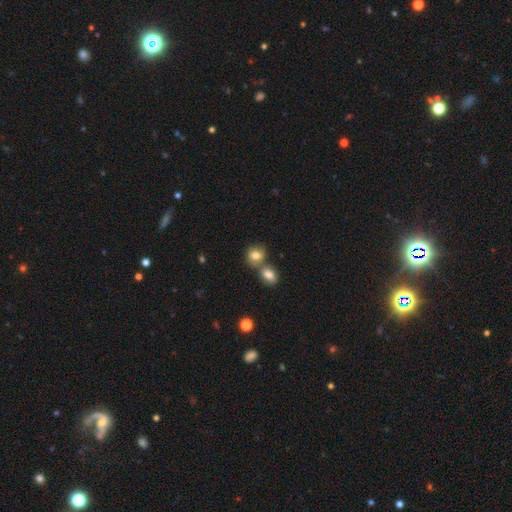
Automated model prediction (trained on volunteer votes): Smooth or featured? smooth (79%)
How rounded? round (59%)
Merging? merger (49%)